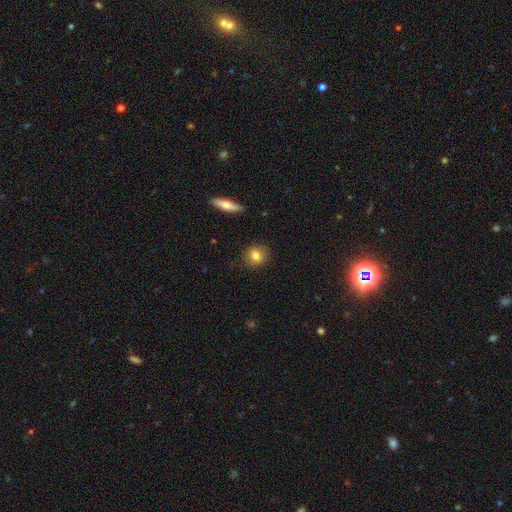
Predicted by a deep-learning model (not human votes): The model was most divided on "how rounded": round: 73%, in between: 24%, cigar-shaped: 2%. More confident: merging — none (88%); smooth or featured — smooth (81%).